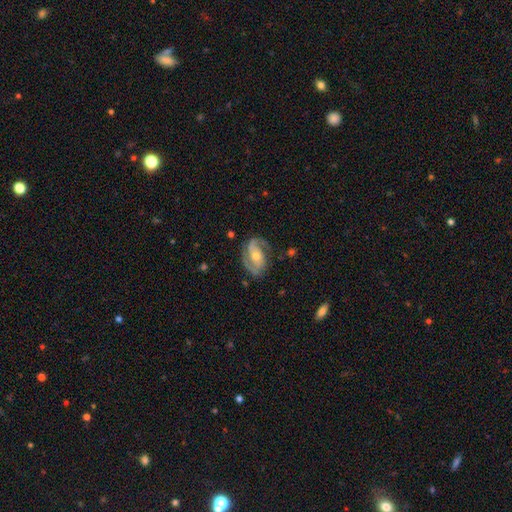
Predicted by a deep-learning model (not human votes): featured or disk 88%, smooth 7%, star or artifact 5%. Down the decision tree: edge-on disk — no (97%); bar — no (47%); spiral arms — yes (97%); spiral arm count — 2 (89%); spiral winding — medium (50%); bulge size — moderate (53%); merging — none (76%).